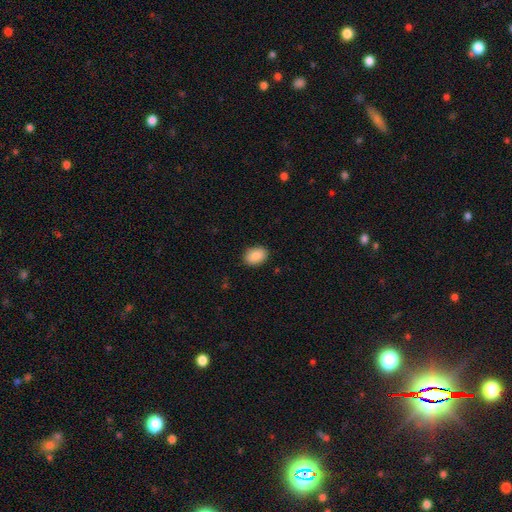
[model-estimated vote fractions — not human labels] Overall: smooth (89%). How rounded: in between (79%). Merging: none (89%).